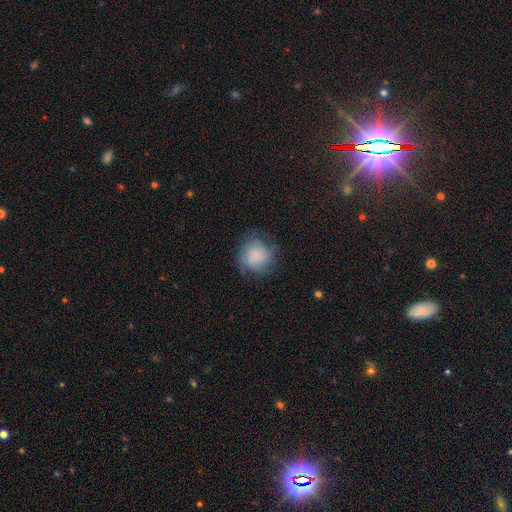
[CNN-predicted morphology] type=smooth (77%); roundness=round (87%); merging=none (68%).